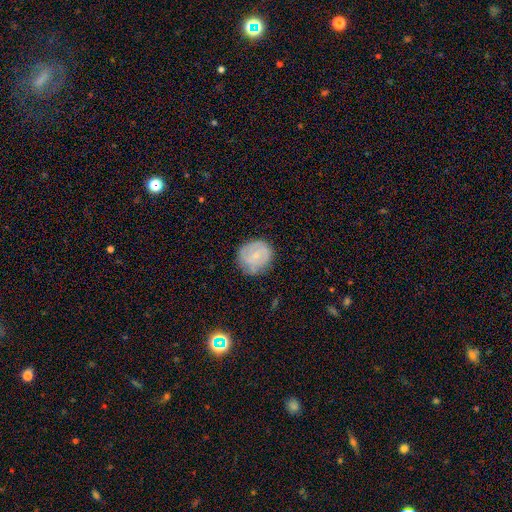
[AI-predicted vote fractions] smooth 58%, featured or disk 34%, star or artifact 8%. Down the decision tree: how rounded — round (85%); merging — none (73%).